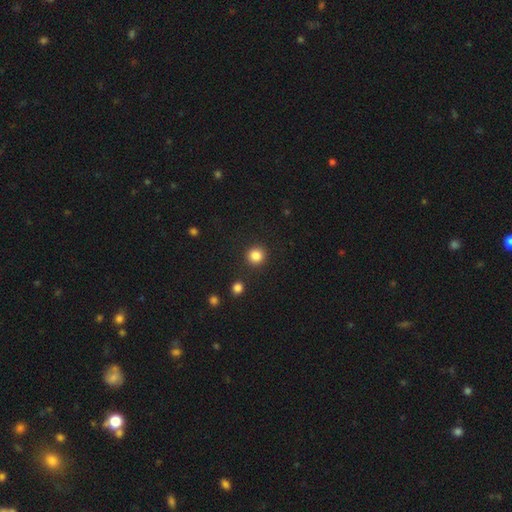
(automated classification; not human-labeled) Smooth or featured? Predicted: smooth (p=0.85). How rounded? Predicted: round (p=0.93). Merging? Predicted: none (p=0.90).